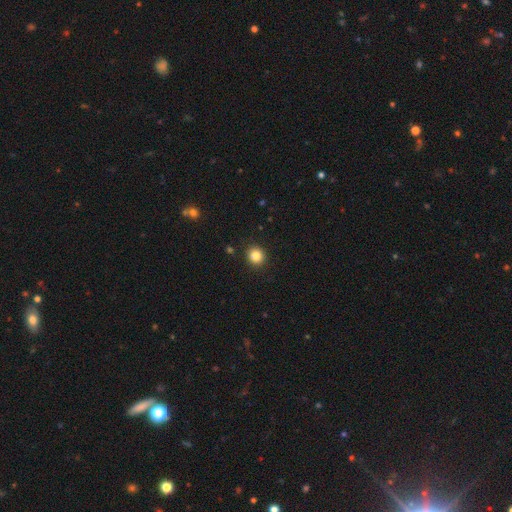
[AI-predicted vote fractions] Smooth or featured? Predicted: smooth (p=0.84). How rounded? Predicted: round (p=0.87). Merging? Predicted: none (p=0.91).